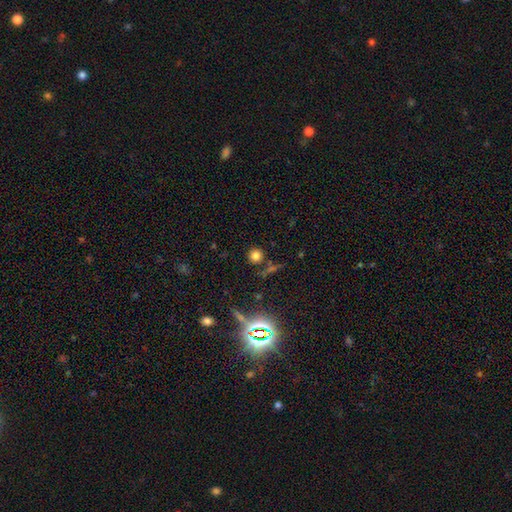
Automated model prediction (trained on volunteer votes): This is likely a smooth galaxy (74%). How rounded: clearly round (91%). Merging: clearly none (81%).